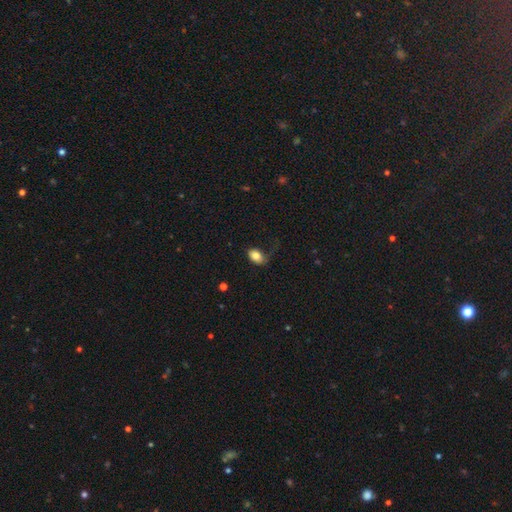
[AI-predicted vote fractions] A smooth galaxy with no disk features (83%) that is in between round and cigar-shaped (87%). Merging: none (61%).